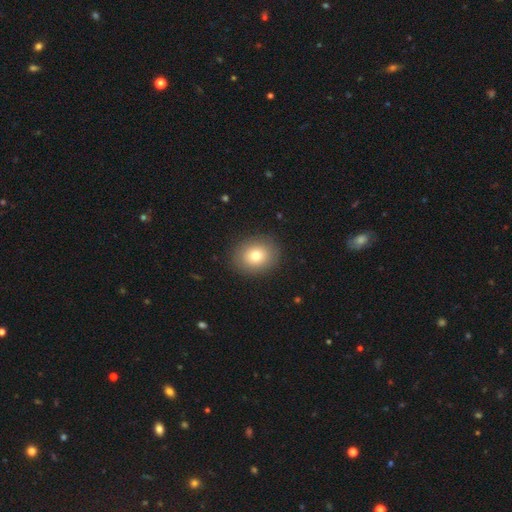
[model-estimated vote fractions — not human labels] This is likely a smooth galaxy (77%). How rounded: likely round (66%). Merging: clearly none (89%).